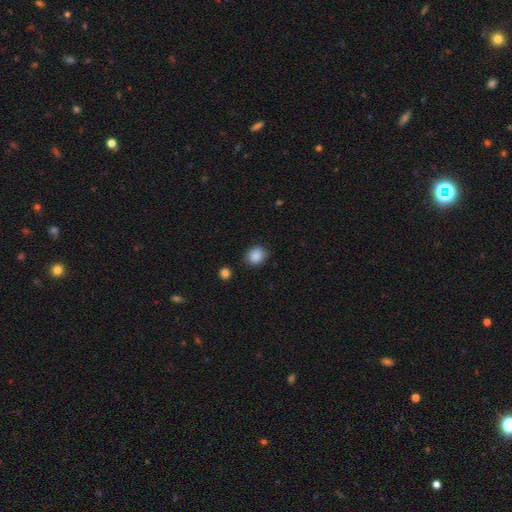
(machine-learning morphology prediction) Smooth or featured?
  - smooth: 88% *
  - star or artifact: 9%
  - featured or disk: 3%
How rounded?
  - round: 65% *
  - in between: 35%
  - cigar-shaped: 1%
Merging?
  - none: 84% *
  - minor disturbance: 11%
  - major disturbance: 3%
  - merger: 2%